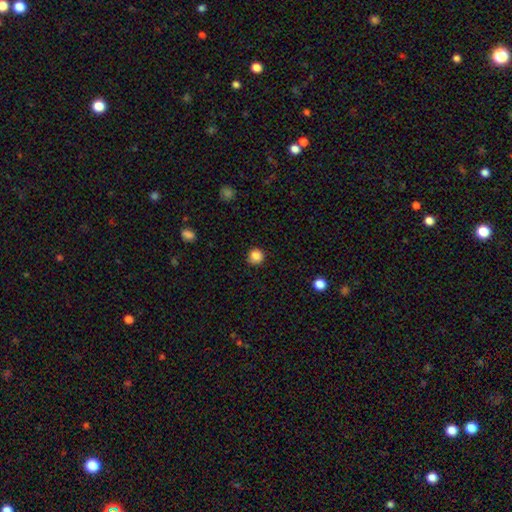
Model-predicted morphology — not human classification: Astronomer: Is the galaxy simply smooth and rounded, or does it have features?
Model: smooth — 86%.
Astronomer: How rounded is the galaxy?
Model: round — 92%.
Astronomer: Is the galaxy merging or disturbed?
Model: none — 86%.